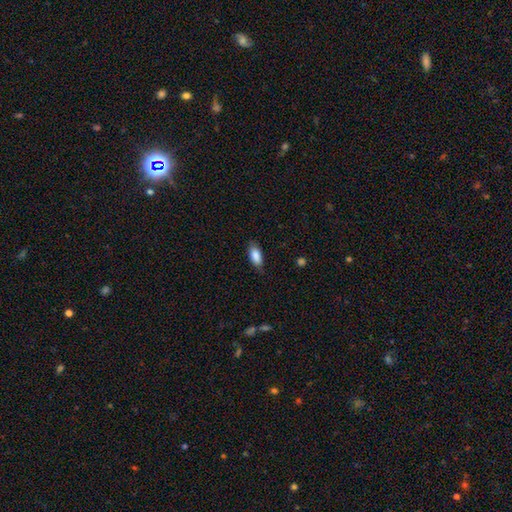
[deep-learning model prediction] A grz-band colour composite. It shows a smooth galaxy with no disk features (87%) that is in between round and cigar-shaped (87%). Merging: none (80%).